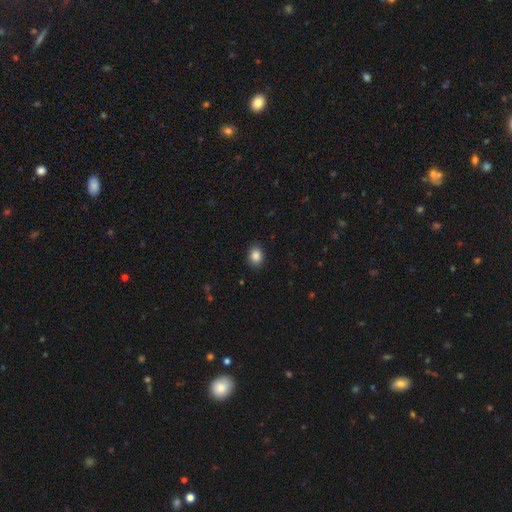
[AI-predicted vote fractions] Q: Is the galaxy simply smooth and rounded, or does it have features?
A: smooth — 87%.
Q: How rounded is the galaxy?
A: in between — 54%.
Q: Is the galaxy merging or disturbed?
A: none — 89%.